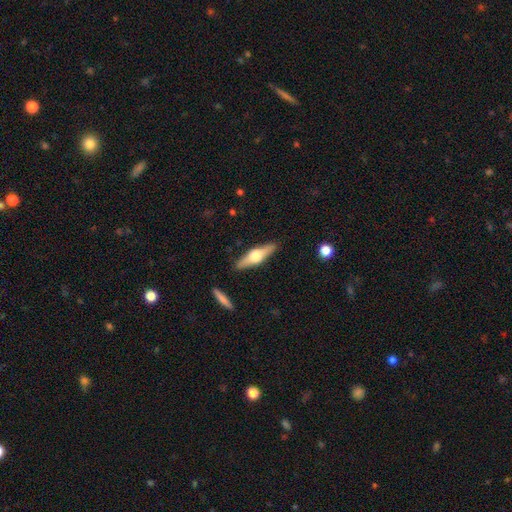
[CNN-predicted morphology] This is likely a featured or disk galaxy (63%). It is clearly viewed edge-on (95%). Edge-on bulge: clearly rounded (94%). Merging: clearly none (88%).